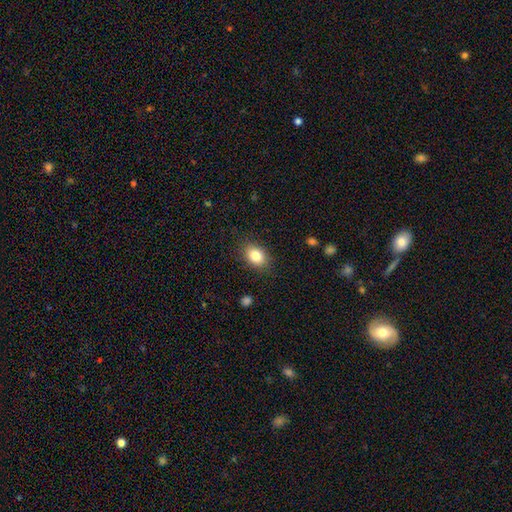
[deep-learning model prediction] Smooth or featured?
  - smooth: 83% *
  - star or artifact: 9%
  - featured or disk: 8%
How rounded?
  - in between: 73% *
  - round: 26%
  - cigar-shaped: 1%
Merging?
  - none: 85% *
  - minor disturbance: 11%
  - major disturbance: 3%
  - merger: 1%